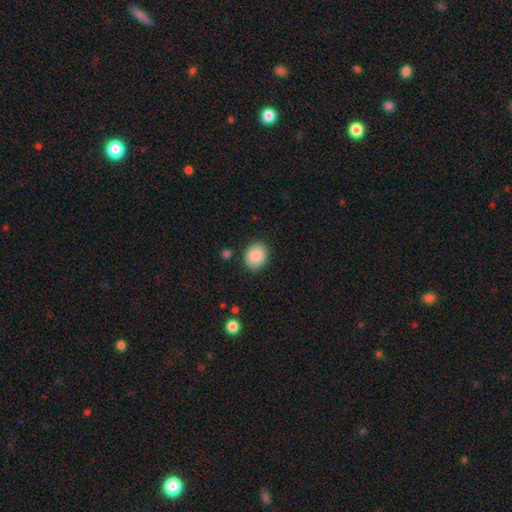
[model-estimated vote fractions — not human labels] A smooth galaxy with no disk features (88%) that is round (55%).

Vote fractions:
- Smooth or featured? smooth: 88% / star or artifact: 7% / featured or disk: 4%
- How rounded? round: 55% / in between: 44% / cigar-shaped: 1%
- Merging? none: 83% / minor disturbance: 12% / major disturbance: 3% / merger: 2%